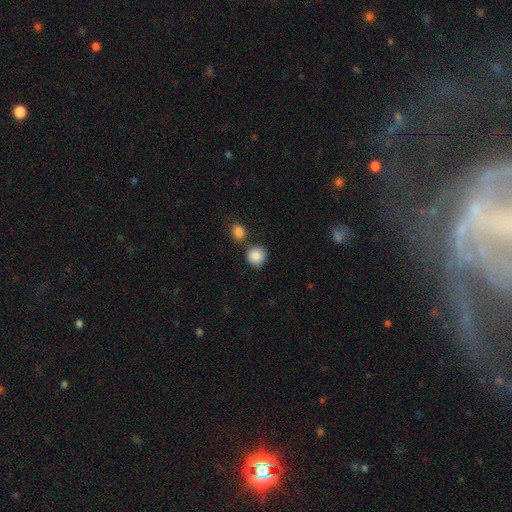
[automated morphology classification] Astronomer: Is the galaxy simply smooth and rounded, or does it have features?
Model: smooth — 88%.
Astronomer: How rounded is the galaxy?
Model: round — 88%.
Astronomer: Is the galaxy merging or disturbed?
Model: none — 68%.